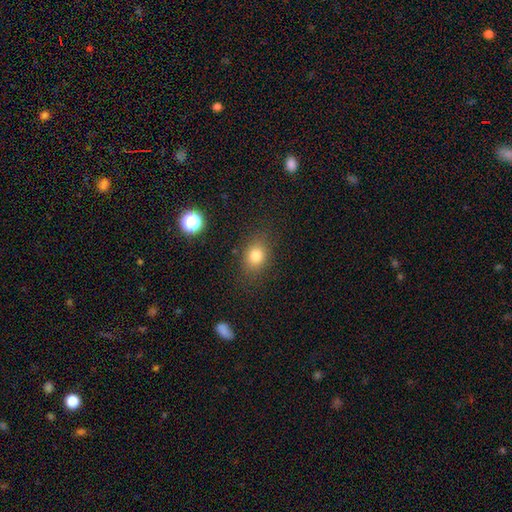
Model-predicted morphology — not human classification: This is likely a smooth galaxy (80%). How rounded: possibly in between (58%). Merging: clearly none (81%).